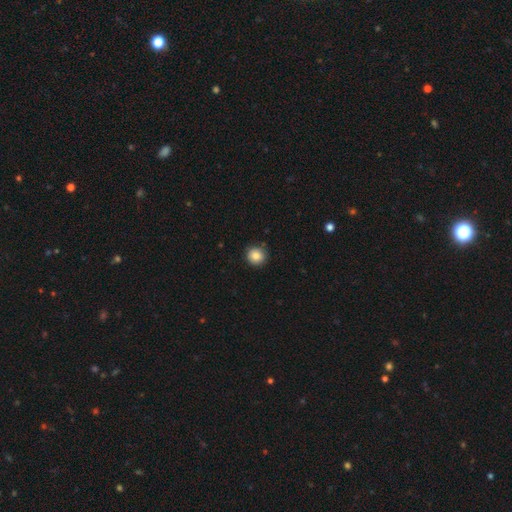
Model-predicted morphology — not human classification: type=smooth (84%); roundness=round (93%); merging=none (87%).